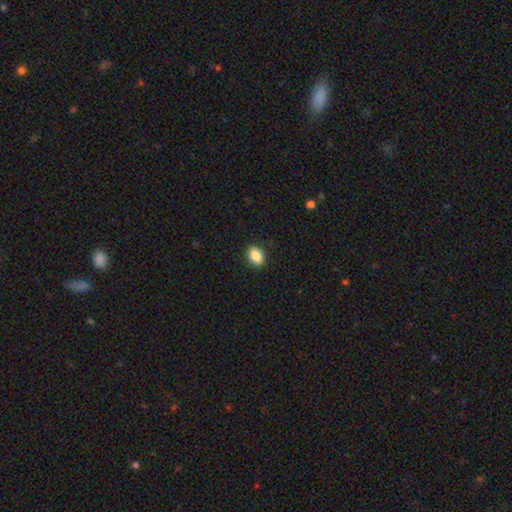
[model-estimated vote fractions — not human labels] smooth_or_featured: smooth (p=0.86) [alt: star or artifact p=0.08]
how_rounded: in between (p=0.83) [alt: round p=0.15]
merging: none (p=0.90) [alt: minor disturbance p=0.08]